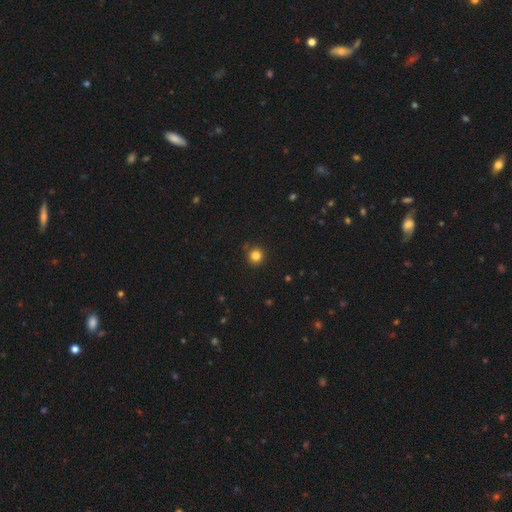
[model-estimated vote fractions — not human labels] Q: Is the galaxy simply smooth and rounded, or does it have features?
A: smooth — 83%.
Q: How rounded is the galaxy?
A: round — 94%.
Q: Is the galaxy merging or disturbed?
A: none — 89%.